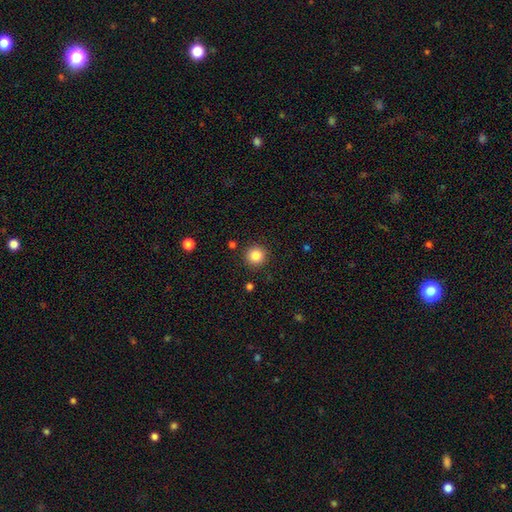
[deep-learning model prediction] smooth 85%, star or artifact 11%, featured or disk 4%. Down the decision tree: how rounded — round (95%); merging — none (91%).